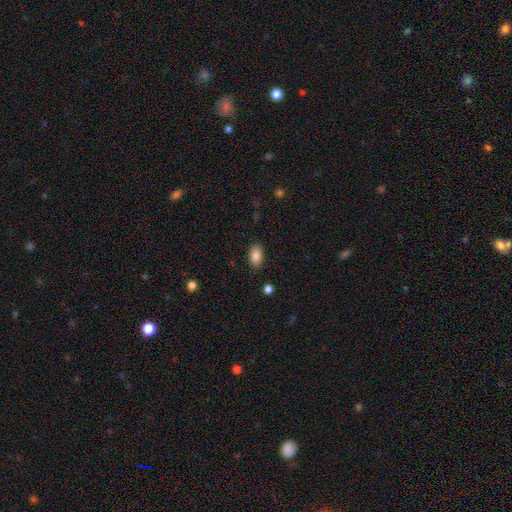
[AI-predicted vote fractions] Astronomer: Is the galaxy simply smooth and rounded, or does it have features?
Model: smooth — 86%.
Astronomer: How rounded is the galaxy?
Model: in between — 90%.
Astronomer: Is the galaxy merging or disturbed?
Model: none — 87%.